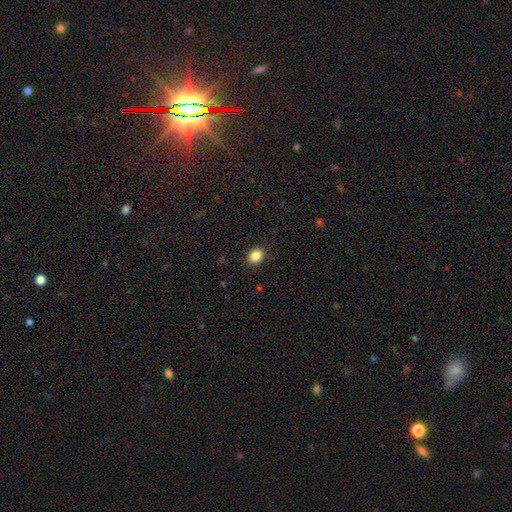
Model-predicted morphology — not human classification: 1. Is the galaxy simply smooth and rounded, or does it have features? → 86% smooth, 10% star or artifact, 4% featured or disk.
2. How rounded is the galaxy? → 53% in between, 46% round, 1% cigar-shaped.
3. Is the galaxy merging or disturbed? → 88% none, 9% minor disturbance, 2% major disturbance, 1% merger.